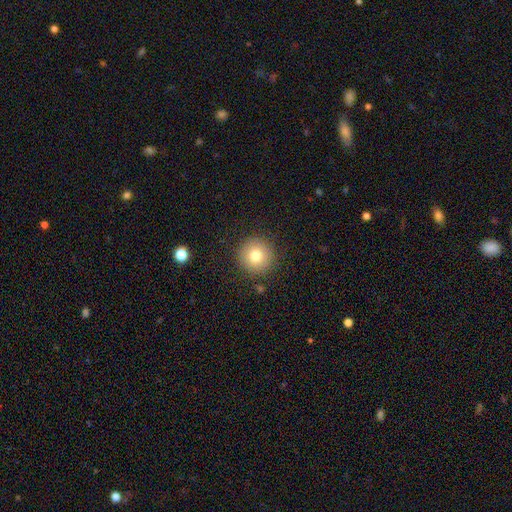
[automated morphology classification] type=smooth (77%); roundness=round (96%); merging=none (89%).